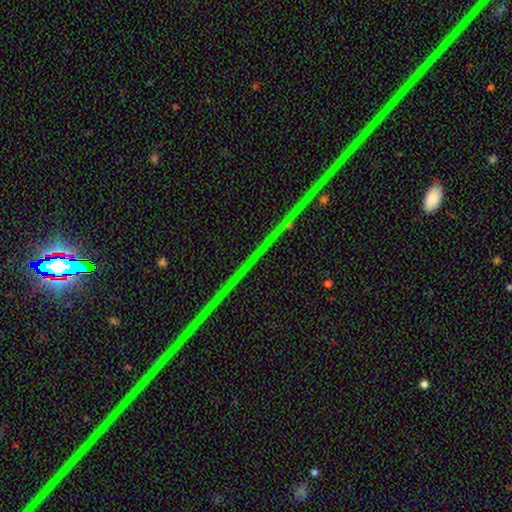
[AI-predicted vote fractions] Smooth or featured?
  - star or artifact: 86% *
  - featured or disk: 9%
  - smooth: 5%